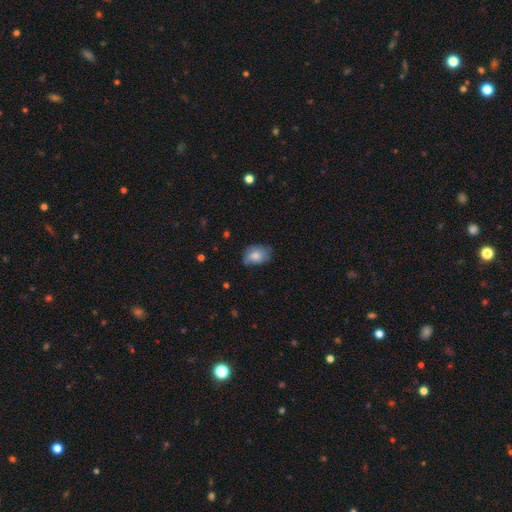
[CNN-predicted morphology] This appears to be a smooth galaxy with no disk features (77%) that is in between round and cigar-shaped (76%). Merging: none (57%).